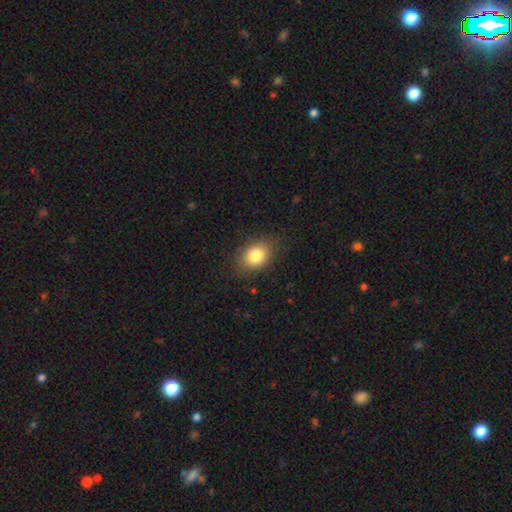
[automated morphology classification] This appears to be a smooth galaxy with no disk features (81%) that is in between round and cigar-shaped (67%). Merging: none (83%).